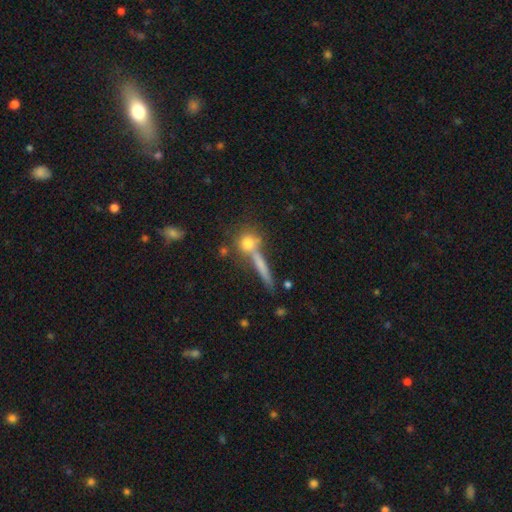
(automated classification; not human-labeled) smooth_or_featured: smooth (p=0.44) [alt: featured or disk p=0.36]
merging: none (p=0.62) [alt: merger p=0.23]